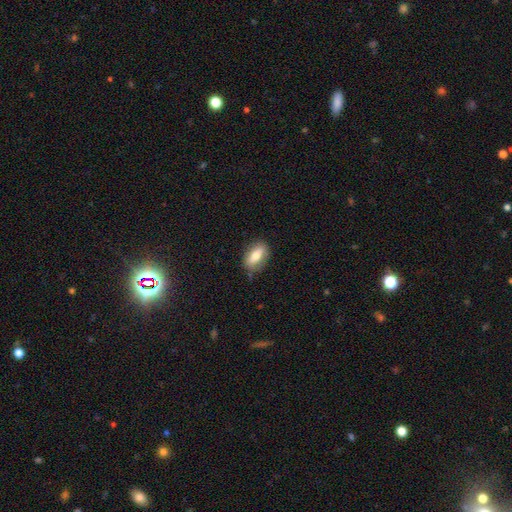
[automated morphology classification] smooth_or_featured: smooth (p=0.67) [alt: featured or disk p=0.26]
how_rounded: in between (p=0.83) [alt: cigar-shaped p=0.10]
merging: none (p=0.79) [alt: minor disturbance p=0.15]